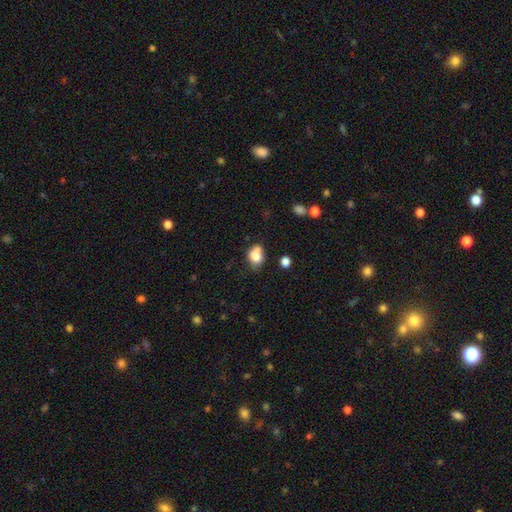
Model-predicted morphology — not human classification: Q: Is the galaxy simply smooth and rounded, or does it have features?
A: smooth — 74%.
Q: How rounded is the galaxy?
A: in between — 56%.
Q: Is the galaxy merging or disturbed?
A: none — 39%.